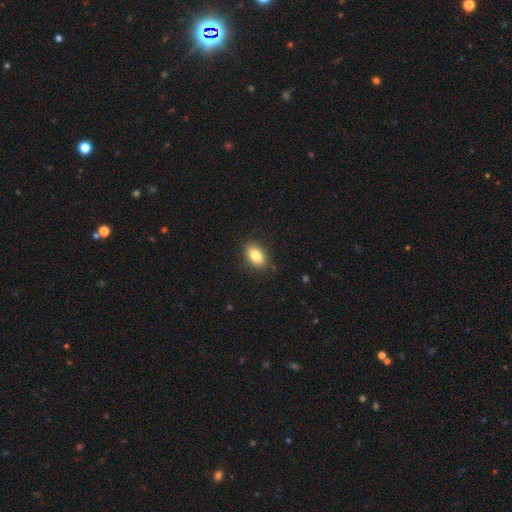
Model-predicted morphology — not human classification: Overall: smooth (83%). How rounded: in between (89%). Merging: none (87%).